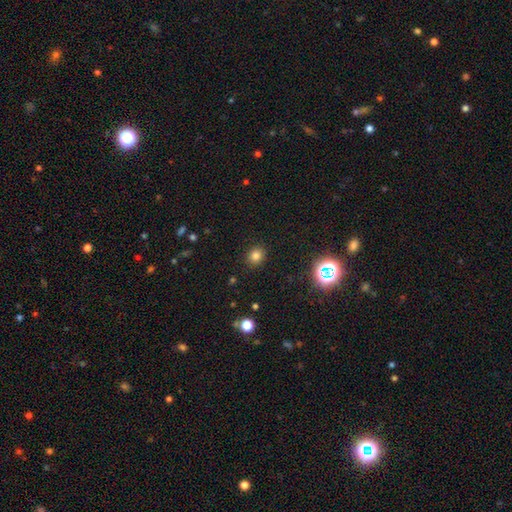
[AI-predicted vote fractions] The model was most divided on "how rounded": round: 73%, in between: 26%, cigar-shaped: 1%. More confident: merging — none (90%); smooth or featured — smooth (79%).